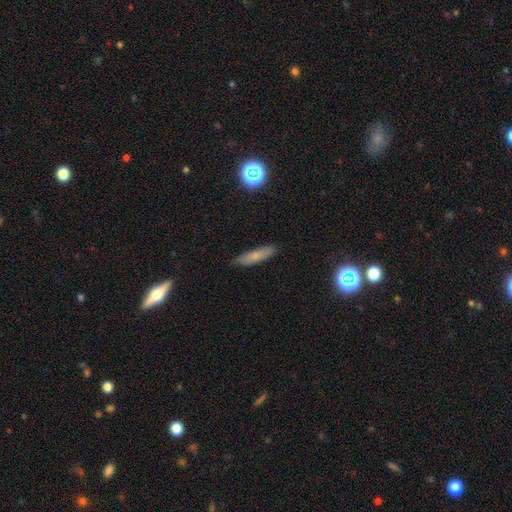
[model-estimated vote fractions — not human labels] This appears to be a smooth galaxy with no disk features (73%) that is cigar-shaped (76%). Merging: none (85%).